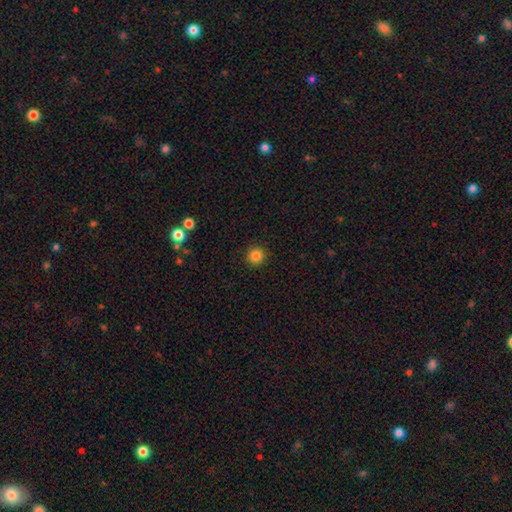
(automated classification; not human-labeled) Overall: smooth (85%). How rounded: round (95%). Merging: none (92%).